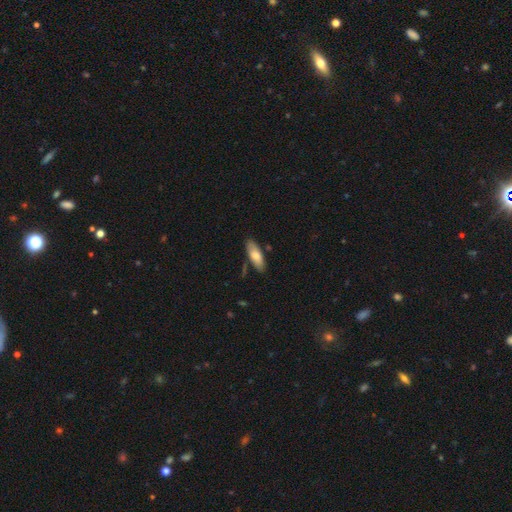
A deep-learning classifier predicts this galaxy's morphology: Overall: smooth (74%). How rounded: in between (67%; cigar-shaped 31%). Merging: none (80%).